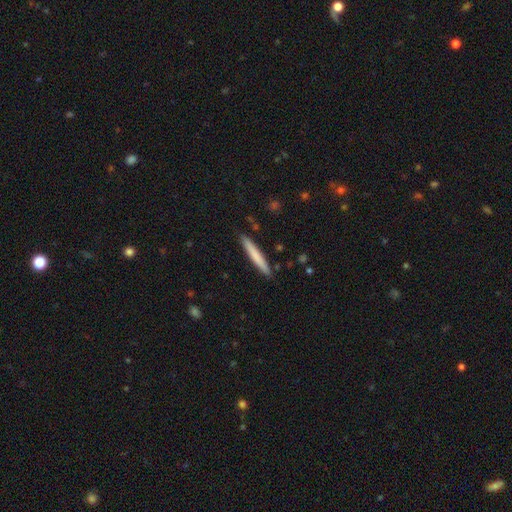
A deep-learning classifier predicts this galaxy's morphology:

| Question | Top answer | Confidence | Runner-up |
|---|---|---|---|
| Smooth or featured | smooth | 72% | featured or disk (23%) |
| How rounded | cigar-shaped | 96% | in between (3%) |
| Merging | none | 90% | minor disturbance (7%) |